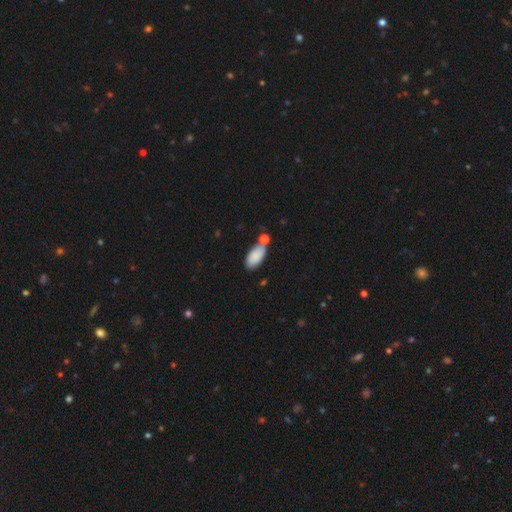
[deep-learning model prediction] Smooth or featured? smooth (86%)
How rounded? in between (93%)
Merging? none (56%)